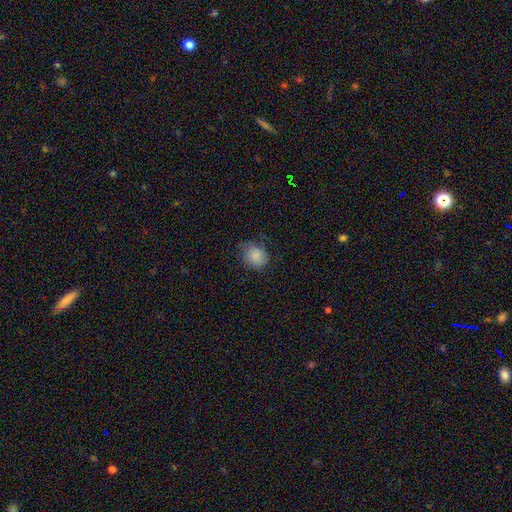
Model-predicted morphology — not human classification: Q: Smooth or featured?
A: smooth (85%); runner-up: star or artifact (8%)
Q: How rounded?
A: round (65%); runner-up: in between (34%)
Q: Merging?
A: none (68%); runner-up: minor disturbance (24%)